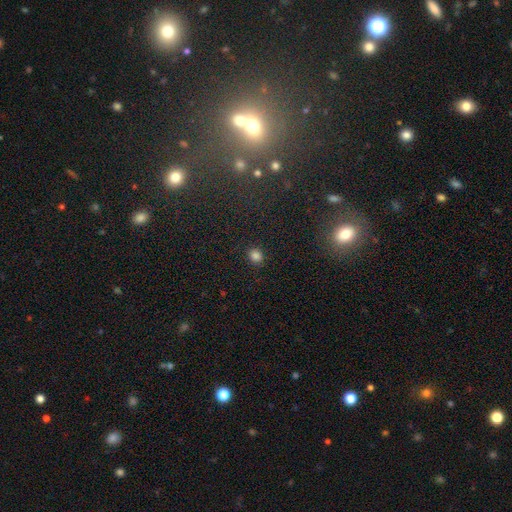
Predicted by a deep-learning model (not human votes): Q: Smooth or featured?
A: smooth (83%); runner-up: star or artifact (13%)
Q: How rounded?
A: round (71%); runner-up: in between (28%)
Q: Merging?
A: none (90%); runner-up: minor disturbance (7%)